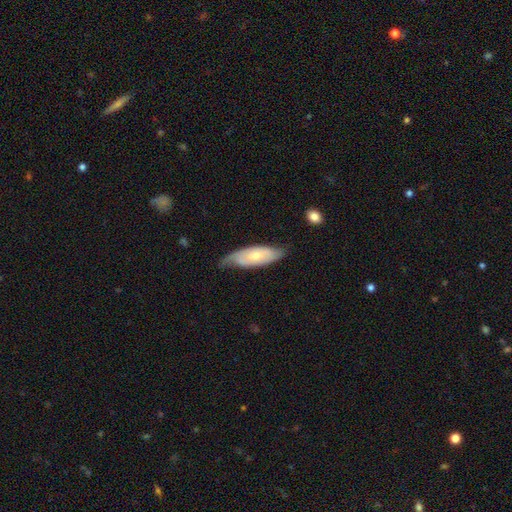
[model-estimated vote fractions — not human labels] The model was most divided on "smooth or featured": featured or disk: 57%, smooth: 38%, star or artifact: 5%. More confident: edge-on disk — no (81%); merging — none (58%).